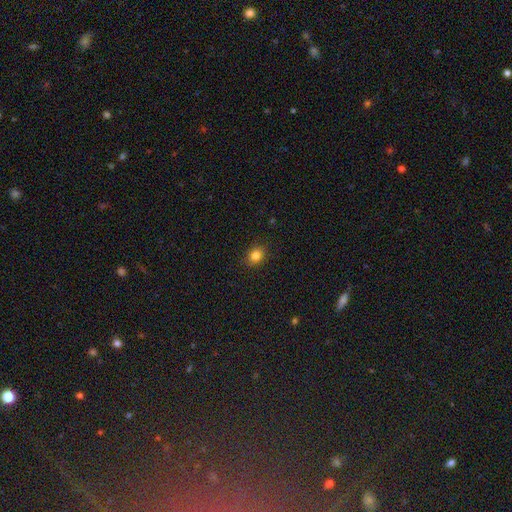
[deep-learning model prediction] smooth_or_featured: smooth (p=0.82) [alt: star or artifact p=0.12]
how_rounded: round (p=0.61) [alt: in between p=0.38]
merging: none (p=0.88) [alt: minor disturbance p=0.09]